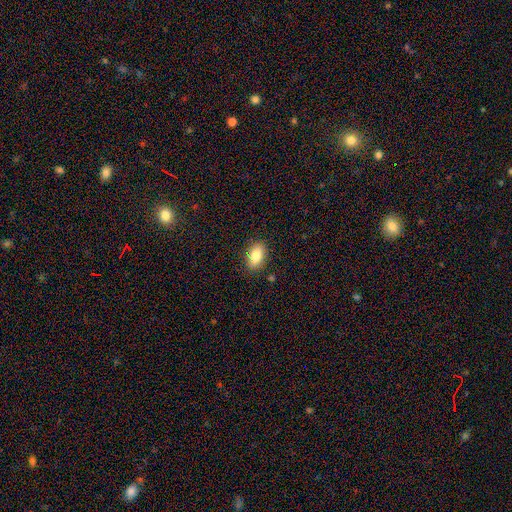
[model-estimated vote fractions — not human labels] smooth-or-featured: smooth: 82% | featured or disk: 10% | star or artifact: 8%
  how-rounded: in between: 90% | round: 7% | cigar-shaped: 3%
  merging: none: 86% | minor disturbance: 10% | major disturbance: 2% | merger: 1%